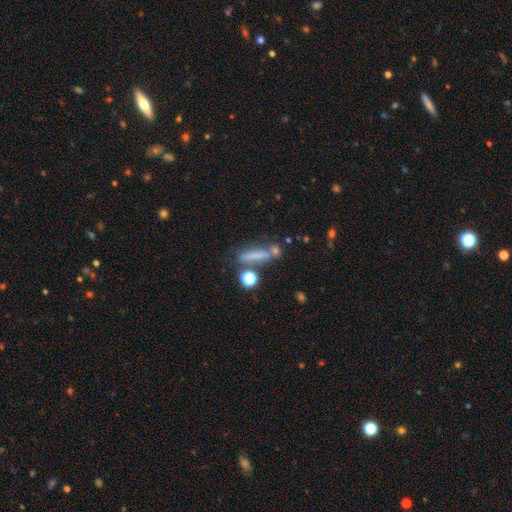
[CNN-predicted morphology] Smooth or featured? smooth (62%)
How rounded? cigar-shaped (73%)
Merging? none (57%)